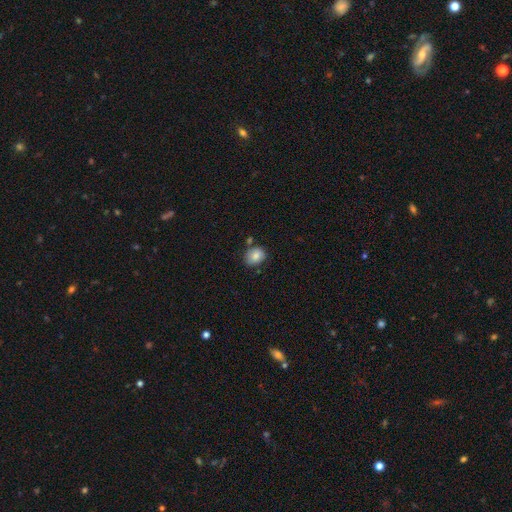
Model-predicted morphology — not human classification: type=smooth (82%); roundness=round (54%); merging=none (71%).